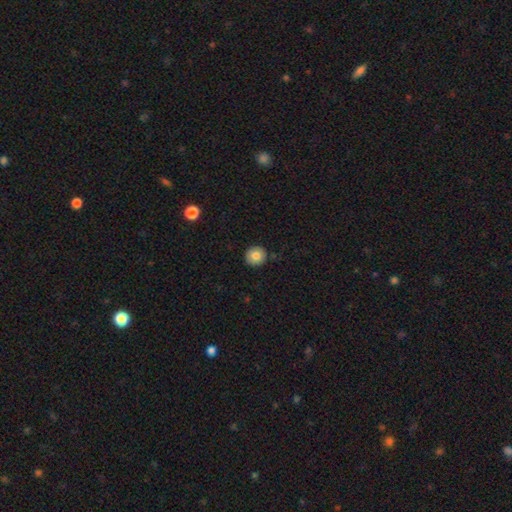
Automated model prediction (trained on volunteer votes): Smooth or featured: smooth — 82% (featured or disk — 9%)
How rounded: round — 93% (in between — 6%)
Merging: none — 89% (minor disturbance — 8%)